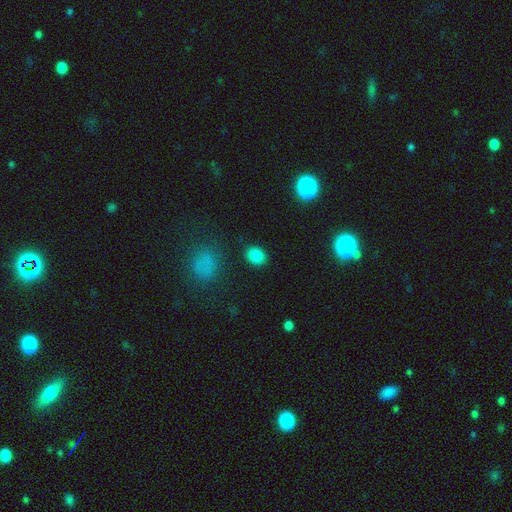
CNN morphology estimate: Overall: smooth (85%). How rounded: in between (54%; round 45%). Merging: none (87%).